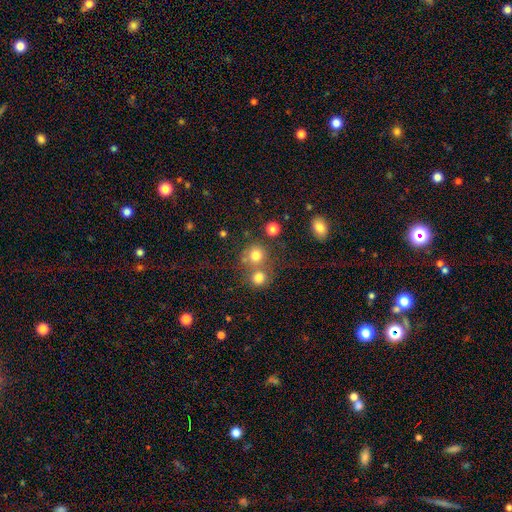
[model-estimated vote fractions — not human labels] A smooth galaxy with no disk features (76%) that is round (86%). Merging: none (56%).